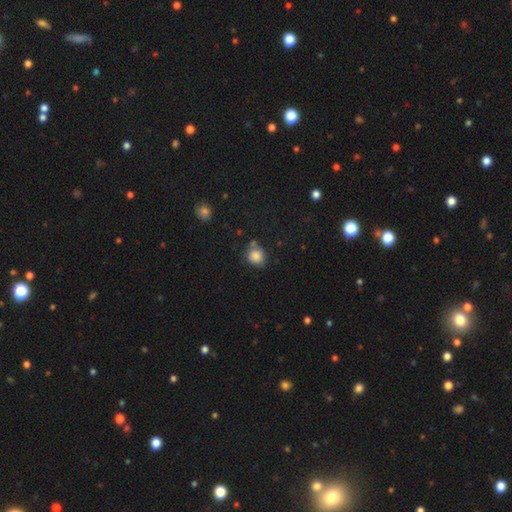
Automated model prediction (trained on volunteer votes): Q: Smooth or featured?
A: smooth (84%); runner-up: star or artifact (10%)
Q: How rounded?
A: round (79%); runner-up: in between (20%)
Q: Merging?
A: none (66%); runner-up: minor disturbance (19%)